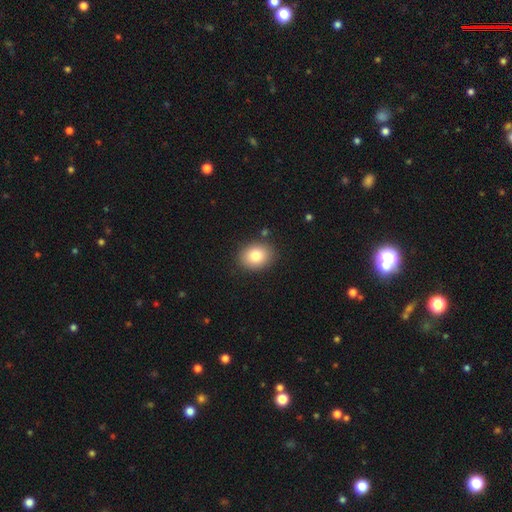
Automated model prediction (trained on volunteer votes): smooth_or_featured: smooth (p=0.82) [alt: featured or disk p=0.09]
how_rounded: in between (p=0.54) [alt: round p=0.46]
merging: none (p=0.88) [alt: minor disturbance p=0.08]